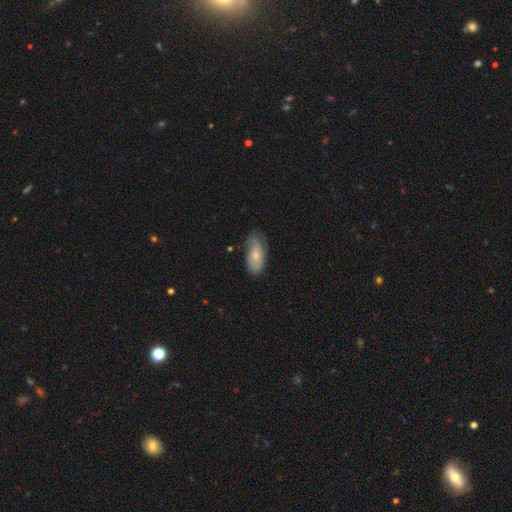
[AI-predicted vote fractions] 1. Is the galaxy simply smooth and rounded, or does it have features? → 65% smooth, 29% featured or disk, 6% star or artifact.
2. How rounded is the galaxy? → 87% in between, 10% cigar-shaped, 3% round.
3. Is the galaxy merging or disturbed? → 59% none, 30% minor disturbance, 9% major disturbance, 2% merger.